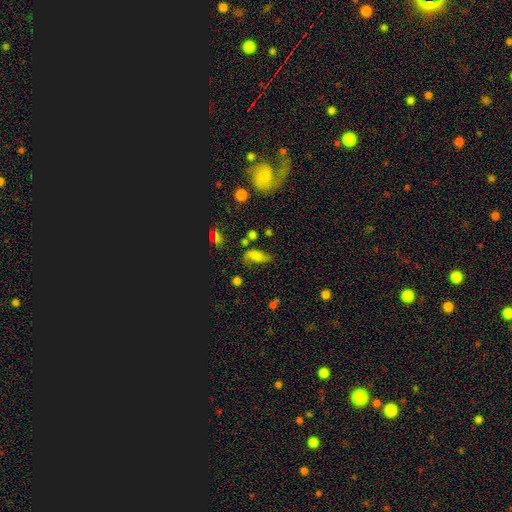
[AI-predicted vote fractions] Smooth or featured: smooth — 52% (featured or disk — 31%)
How rounded: in between — 80% (cigar-shaped — 12%)
Merging: none — 45% (minor disturbance — 27%)